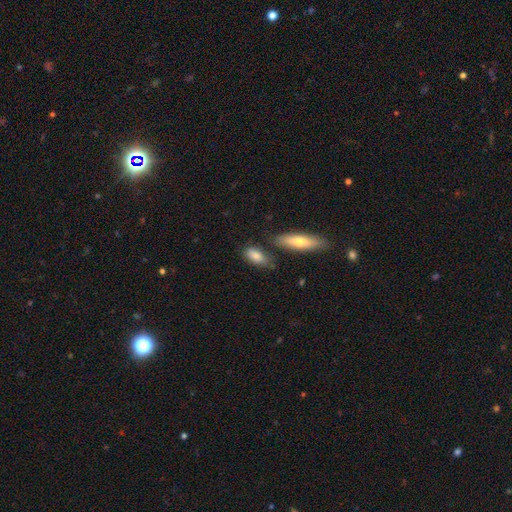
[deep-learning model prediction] Q: Smooth or featured?
A: smooth (80%); runner-up: featured or disk (13%)
Q: How rounded?
A: in between (81%); runner-up: cigar-shaped (14%)
Q: Merging?
A: none (64%); runner-up: minor disturbance (20%)